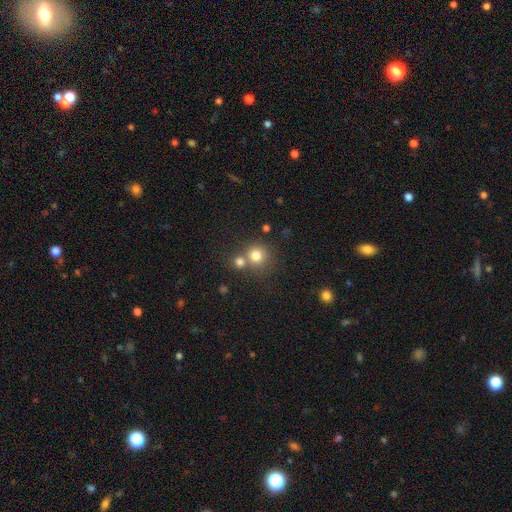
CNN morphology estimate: smooth 78%, star or artifact 13%, featured or disk 9%. Down the decision tree: how rounded — round (90%); merging — none (57%).